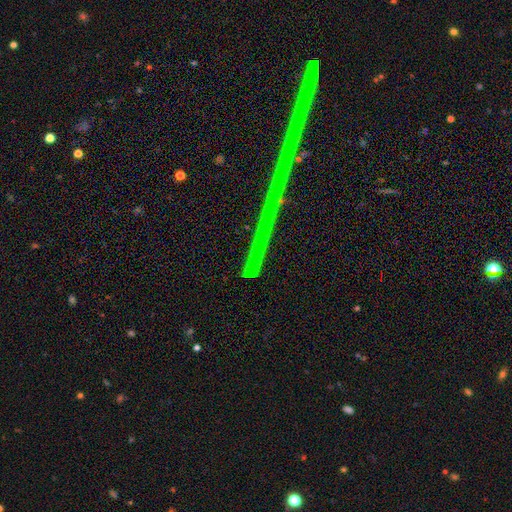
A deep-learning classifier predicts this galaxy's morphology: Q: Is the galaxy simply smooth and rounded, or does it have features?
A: star or artifact — 77%.